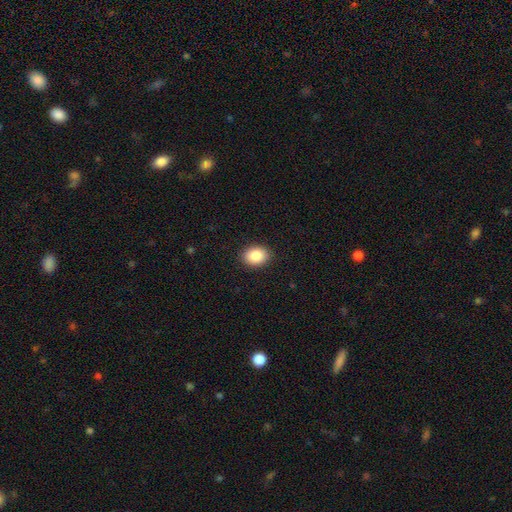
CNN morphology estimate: Overall: smooth (87%). How rounded: in between (66%; round 33%). Merging: none (90%).